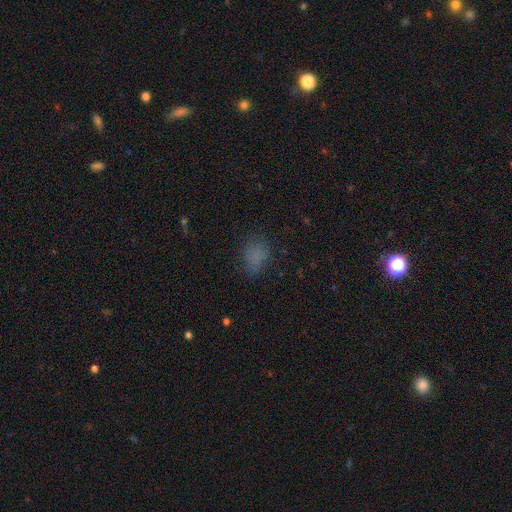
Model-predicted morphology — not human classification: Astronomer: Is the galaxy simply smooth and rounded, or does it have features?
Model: smooth — 75%.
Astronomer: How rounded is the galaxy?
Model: in between — 69%.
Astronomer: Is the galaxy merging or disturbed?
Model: none — 67%.